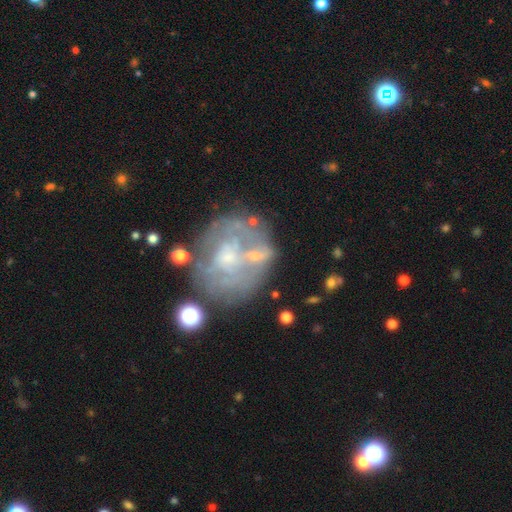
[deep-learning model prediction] A featured or disk galaxy (60%) with no bar (82%), no spiral arms (75%) and a small central bulge (41%).

Vote fractions:
- Smooth or featured? featured or disk: 60% / smooth: 27% / star or artifact: 13%
- Edge-on disk? no: 98% / yes: 2%
- Bar? no: 82% / weak: 14% / strong: 4%
- Spiral arms? no: 75% / yes: 25%
- Bulge size? small: 41% / none: 30% / moderate: 24% / large: 4% / dominant: 2%
- Merging? none: 41% / major disturbance: 23% / minor disturbance: 18% / merger: 17%